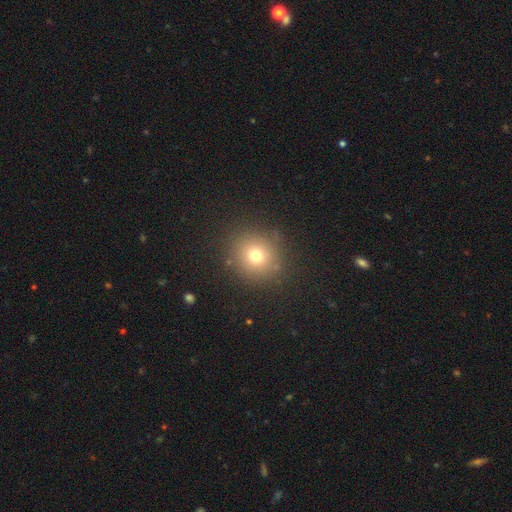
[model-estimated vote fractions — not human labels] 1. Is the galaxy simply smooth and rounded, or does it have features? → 73% smooth, 17% star or artifact, 10% featured or disk.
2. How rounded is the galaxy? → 89% round, 10% in between, 1% cigar-shaped.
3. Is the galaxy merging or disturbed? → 86% none, 8% minor disturbance, 4% major disturbance, 2% merger.